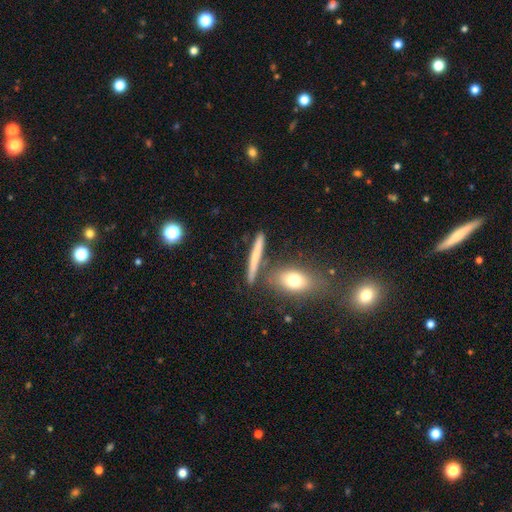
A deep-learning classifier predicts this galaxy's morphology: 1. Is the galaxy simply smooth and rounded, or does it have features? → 56% smooth, 35% featured or disk, 9% star or artifact.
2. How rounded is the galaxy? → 89% cigar-shaped, 7% in between, 4% round.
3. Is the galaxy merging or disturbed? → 78% none, 10% minor disturbance, 8% merger, 3% major disturbance.